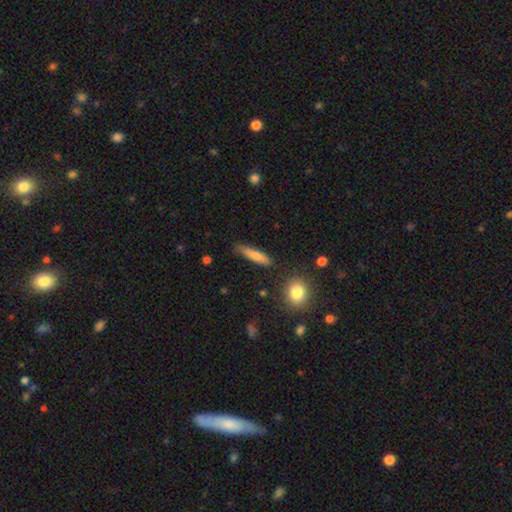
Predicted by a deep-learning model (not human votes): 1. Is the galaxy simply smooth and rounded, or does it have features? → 77% smooth, 16% featured or disk, 7% star or artifact.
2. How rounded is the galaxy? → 82% cigar-shaped, 15% in between, 2% round.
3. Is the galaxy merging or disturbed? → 77% none, 17% minor disturbance, 4% major disturbance, 3% merger.